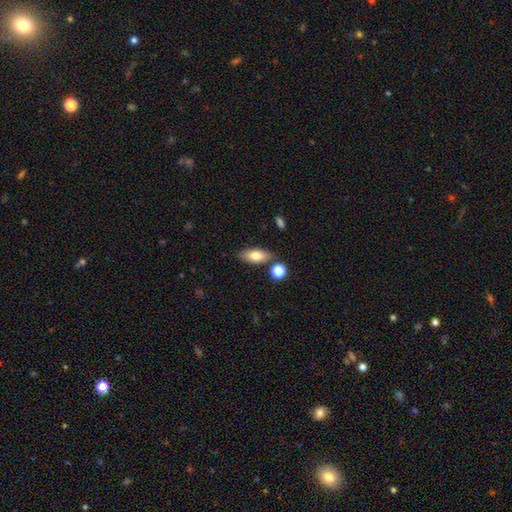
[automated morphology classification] smooth_or_featured: smooth (p=0.78) [alt: featured or disk p=0.15]
how_rounded: in between (p=0.83) [alt: cigar-shaped p=0.13]
merging: none (p=0.76) [alt: minor disturbance p=0.12]